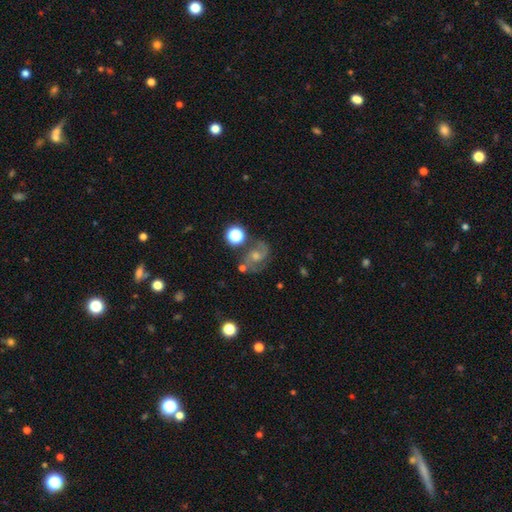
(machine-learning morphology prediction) Smooth or featured? featured or disk (73%)
Edge-on disk? no (97%)
Bar? no (55%)
Spiral arms? yes (94%)
Spiral winding? medium (55%)
Spiral arm count? 2 (88%)
Bulge size? moderate (52%)
Merging? none (73%)